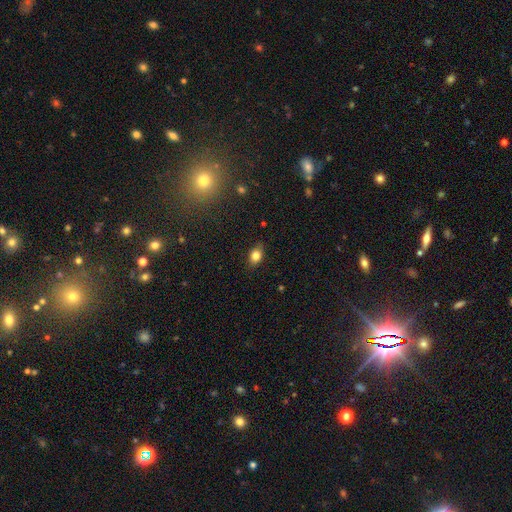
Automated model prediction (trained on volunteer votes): A smooth galaxy with no disk features (81%) that is in between round and cigar-shaped (72%). Merging: none (84%).